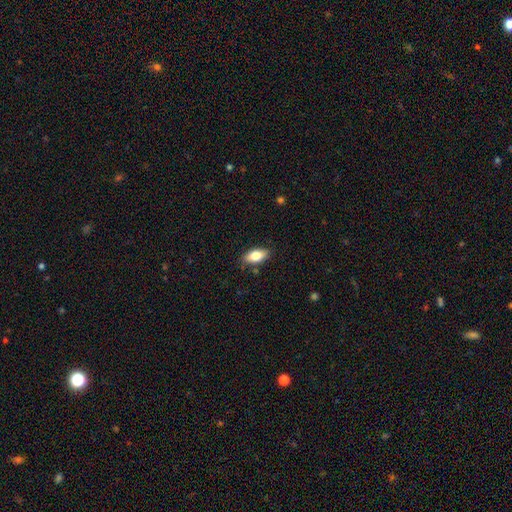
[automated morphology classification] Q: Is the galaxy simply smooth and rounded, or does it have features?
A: smooth — 79%.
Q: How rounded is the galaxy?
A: in between — 88%.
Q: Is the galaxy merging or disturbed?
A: none — 85%.